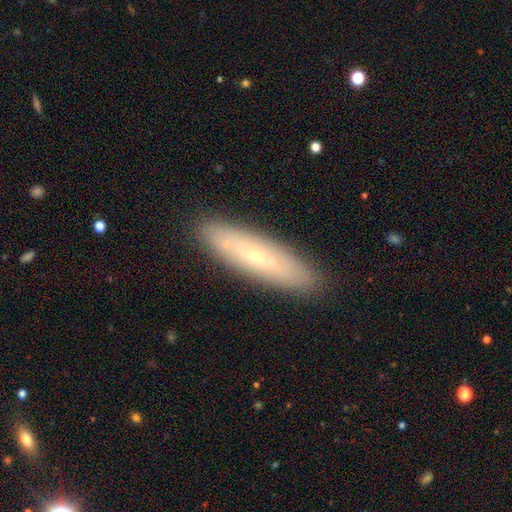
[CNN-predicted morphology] Smooth or featured?
  - featured or disk: 50% *
  - smooth: 42%
  - star or artifact: 8%
Merging?
  - none: 85% *
  - minor disturbance: 10%
  - merger: 3%
  - major disturbance: 2%